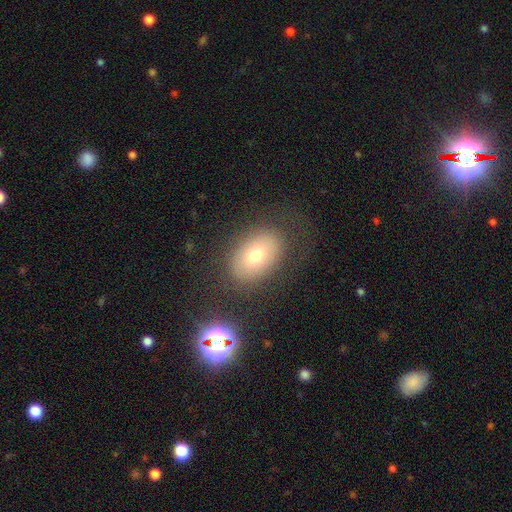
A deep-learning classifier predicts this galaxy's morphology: Smooth or featured: smooth — 68% (featured or disk — 20%)
How rounded: in between — 81% (round — 18%)
Merging: none — 77% (minor disturbance — 13%)